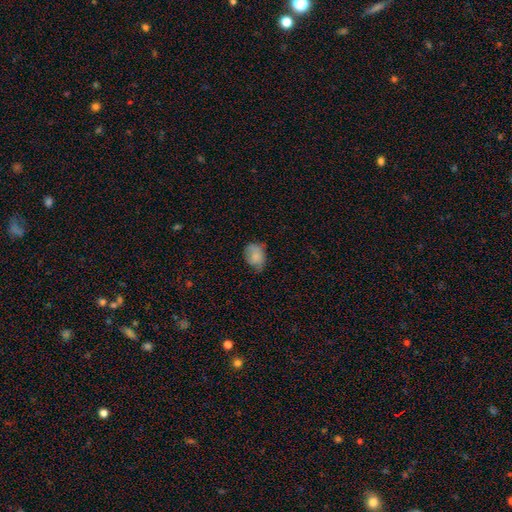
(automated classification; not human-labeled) Q: Smooth or featured?
A: smooth (79%); runner-up: featured or disk (12%)
Q: How rounded?
A: in between (69%); runner-up: round (30%)
Q: Merging?
A: none (52%); runner-up: minor disturbance (37%)